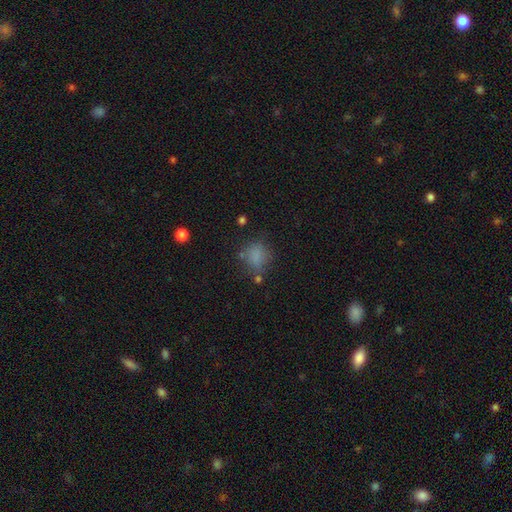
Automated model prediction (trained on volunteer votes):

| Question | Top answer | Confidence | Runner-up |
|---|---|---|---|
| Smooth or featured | smooth | 76% | star or artifact (15%) |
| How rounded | round | 62% | in between (36%) |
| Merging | none | 61% | minor disturbance (21%) |